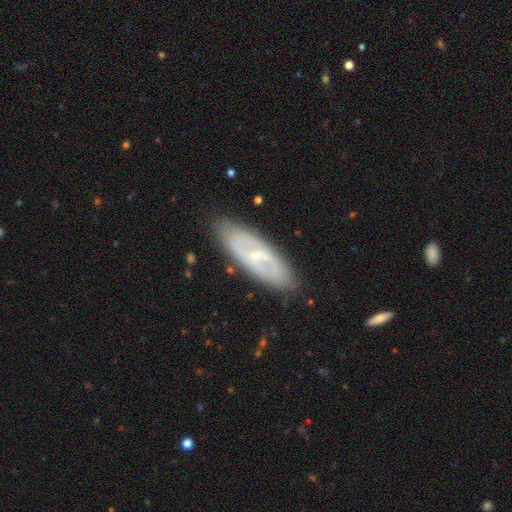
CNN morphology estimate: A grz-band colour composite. It shows a featured or disk galaxy (67%) with a weak bar (51%), spiral arms (71%) and a small central bulge (69%). Merging: none (84%).